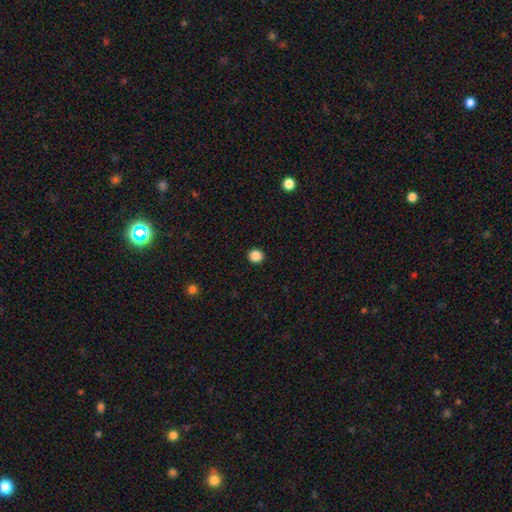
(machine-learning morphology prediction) This appears to be a smooth galaxy with no disk features (87%) that is round (92%). Merging: none (93%).